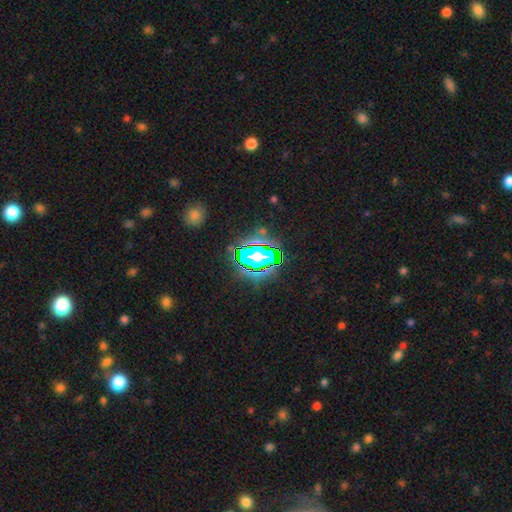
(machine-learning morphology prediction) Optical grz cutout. It shows a star or artifact, not a galaxy (61%).